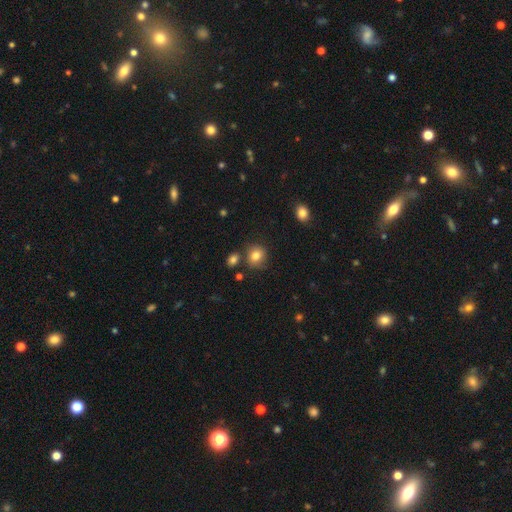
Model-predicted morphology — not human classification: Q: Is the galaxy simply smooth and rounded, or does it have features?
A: smooth — 82%.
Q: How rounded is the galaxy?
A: round — 77%.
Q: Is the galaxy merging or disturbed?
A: none — 75%.